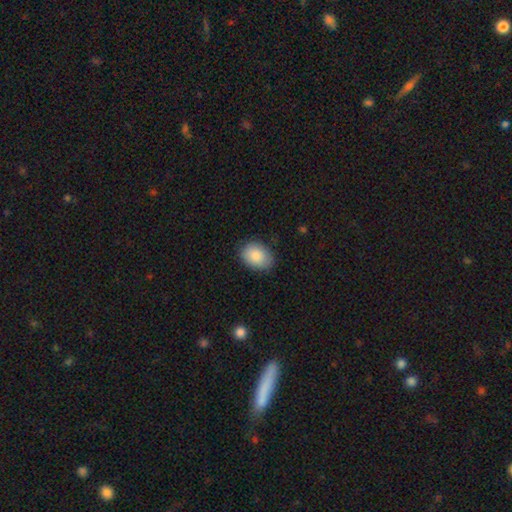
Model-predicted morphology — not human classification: Overall: smooth (88%). How rounded: in between (78%). Merging: none (84%).